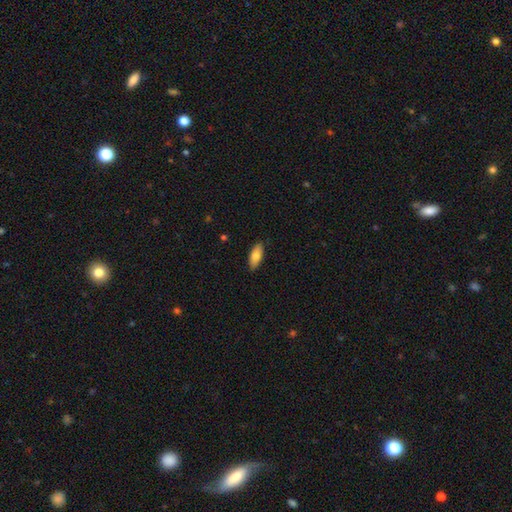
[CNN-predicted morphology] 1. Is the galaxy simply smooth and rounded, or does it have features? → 78% smooth, 16% featured or disk, 6% star or artifact.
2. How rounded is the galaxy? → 78% in between, 20% cigar-shaped, 2% round.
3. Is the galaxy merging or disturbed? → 88% none, 9% minor disturbance, 2% major disturbance, 1% merger.